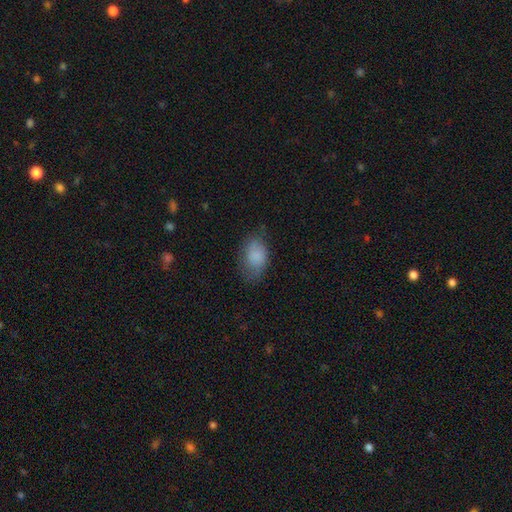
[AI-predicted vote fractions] smooth-or-featured: smooth: 81% | featured or disk: 11% | star or artifact: 8%
  how-rounded: in between: 87% | round: 11% | cigar-shaped: 1%
  merging: none: 63% | minor disturbance: 26% | major disturbance: 10% | merger: 1%